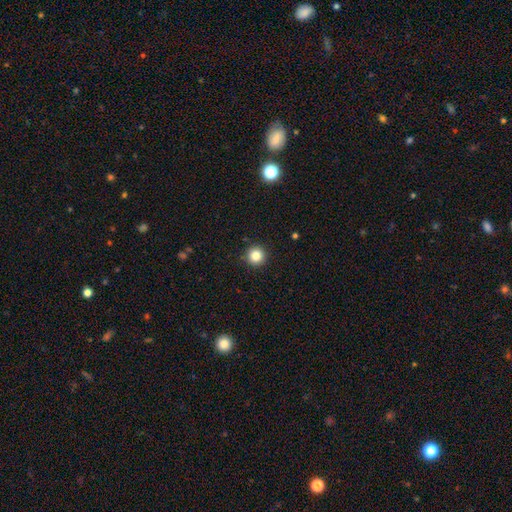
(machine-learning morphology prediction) Smooth or featured? smooth (83%)
How rounded? round (96%)
Merging? none (92%)